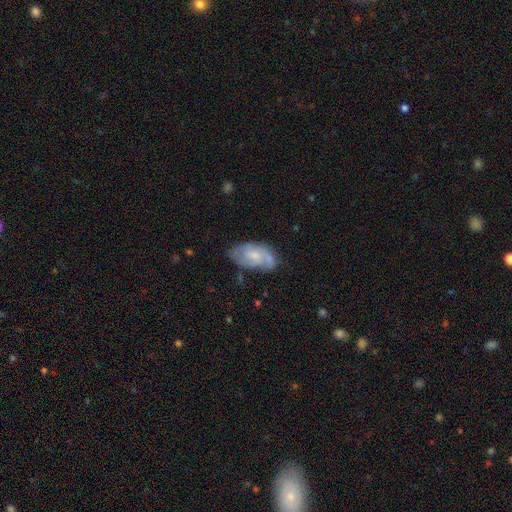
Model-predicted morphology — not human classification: A featured or disk galaxy (59%) with no bar (65%), spiral arms (82%) and a small central bulge (50%). Merging: none (59%).